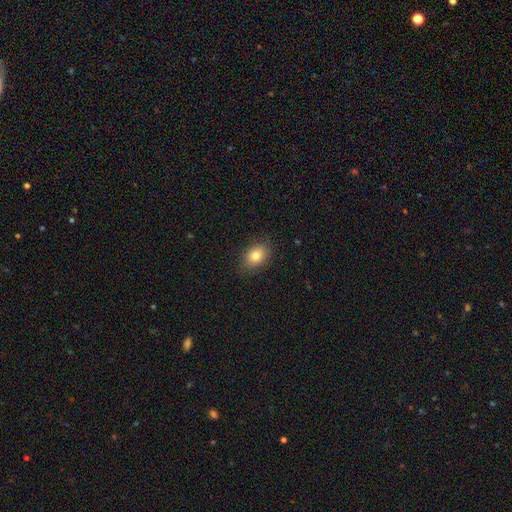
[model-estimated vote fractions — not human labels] Morphology: type=smooth (80%); roundness=in between (70%); merging=none (87%).